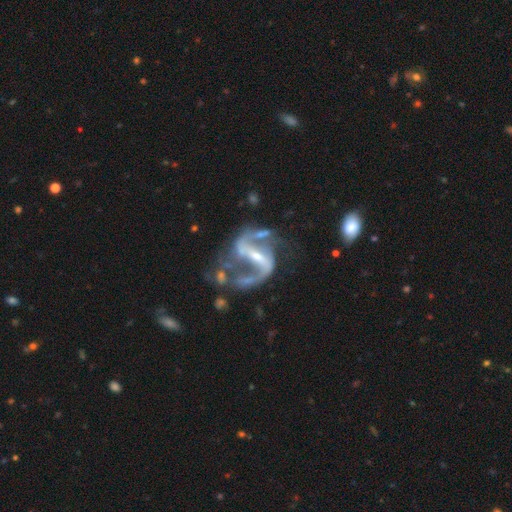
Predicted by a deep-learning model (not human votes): The model was most divided on "spiral winding": loose: 47%, medium: 43%, tight: 9%. Remaining: edge-on disk — no (97%); spiral arms — yes (96%); smooth or featured — featured or disk (91%); spiral arm count — 2 (90%); bar — strong (67%); bulge size — small (62%); merging — none (47%).